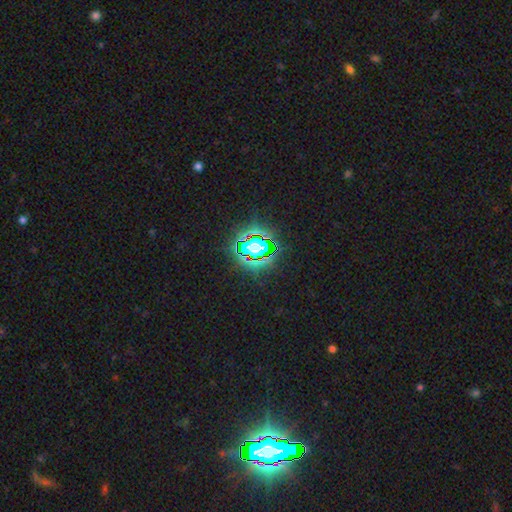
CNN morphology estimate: This appears to be a star or artifact, not a galaxy (80%).